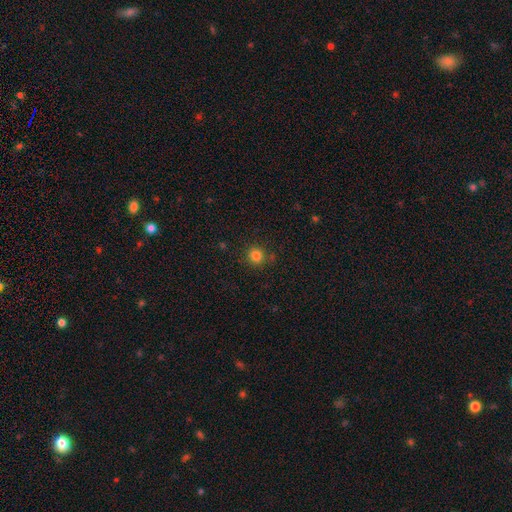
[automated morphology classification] smooth-or-featured: smooth: 83% | star or artifact: 13% | featured or disk: 4%
  how-rounded: round: 93% | in between: 6% | cigar-shaped: 1%
  merging: none: 86% | minor disturbance: 8% | merger: 3% | major disturbance: 3%